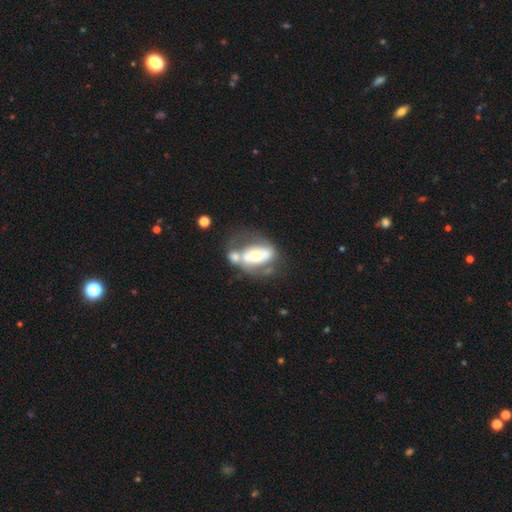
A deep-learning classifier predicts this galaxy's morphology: A featured or disk galaxy (61%) with no bar (65%), no spiral arms (63%) and a moderate central bulge (65%). Merging: merger (37%).